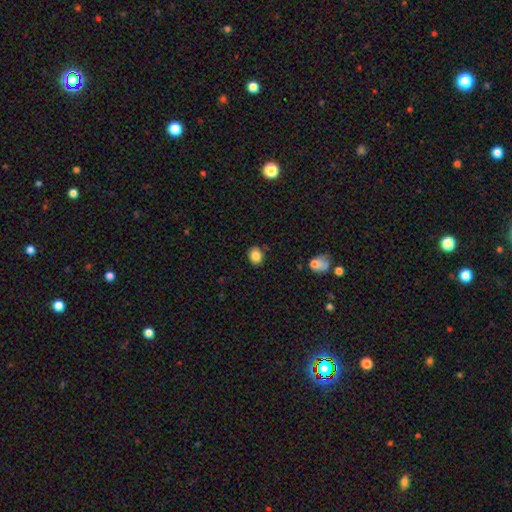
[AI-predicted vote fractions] Smooth or featured? Predicted: smooth (p=0.84). How rounded? Predicted: round (p=0.58). Merging? Predicted: none (p=0.86).